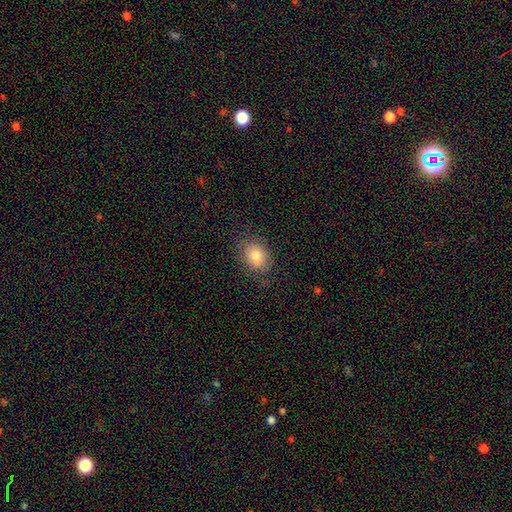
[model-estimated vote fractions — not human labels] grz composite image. It shows a smooth galaxy with no disk features (82%) that is in between round and cigar-shaped (63%). Merging: none (81%).